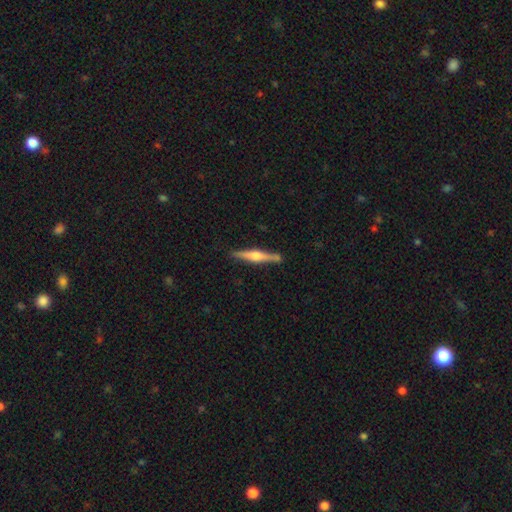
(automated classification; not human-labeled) smooth-or-featured: featured or disk: 71% | smooth: 24% | star or artifact: 5%
  disk-edge-on: yes: 98% | no: 2%
    edge-on-bulge: rounded: 90% | boxy: 6% | none: 3%
  merging: none: 85% | minor disturbance: 10% | merger: 3% | major disturbance: 2%